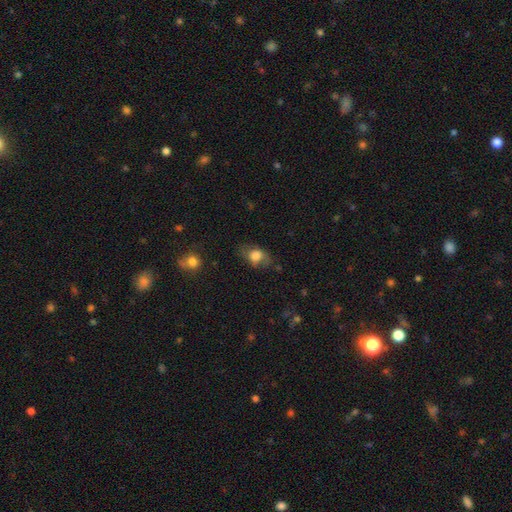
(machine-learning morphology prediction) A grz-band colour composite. It shows a smooth galaxy with no disk features (71%) that is in between round and cigar-shaped (73%). Merging: none (56%).